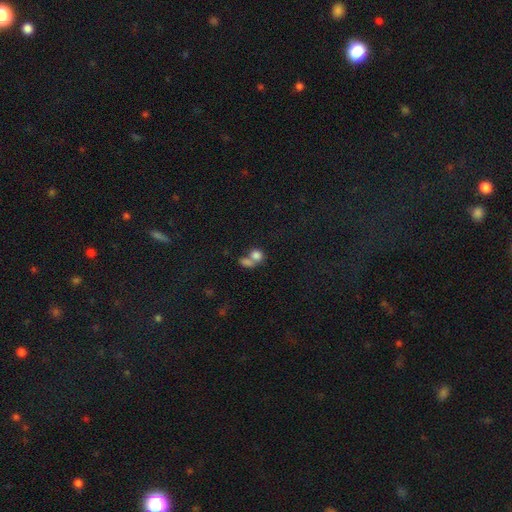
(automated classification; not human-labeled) Morphology: type=smooth (77%); roundness=round (60%); merging=merger (59%).